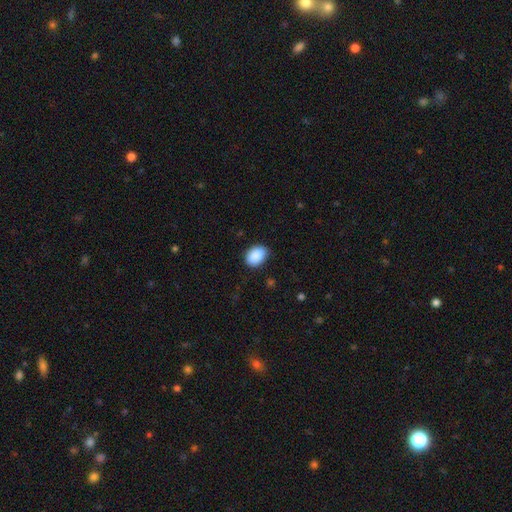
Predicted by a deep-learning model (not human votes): Smooth or featured?
  - smooth: 90% *
  - star or artifact: 7%
  - featured or disk: 3%
How rounded?
  - in between: 79% *
  - round: 21%
  - cigar-shaped: 1%
Merging?
  - none: 83% *
  - minor disturbance: 13%
  - major disturbance: 3%
  - merger: 1%